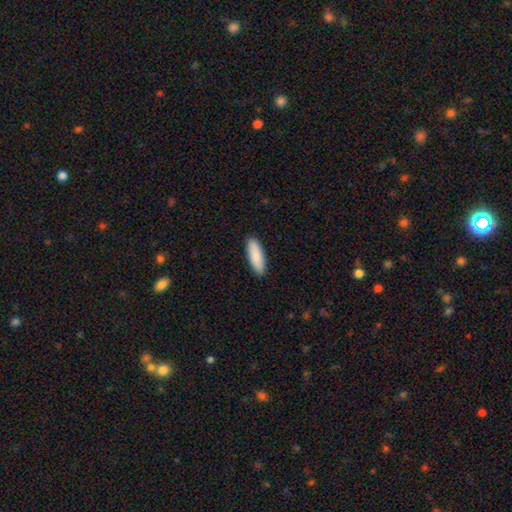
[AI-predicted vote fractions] smooth_or_featured: smooth (p=0.87) [alt: featured or disk p=0.07]
how_rounded: in between (p=0.59) [alt: cigar-shaped p=0.40]
merging: none (p=0.90) [alt: minor disturbance p=0.07]